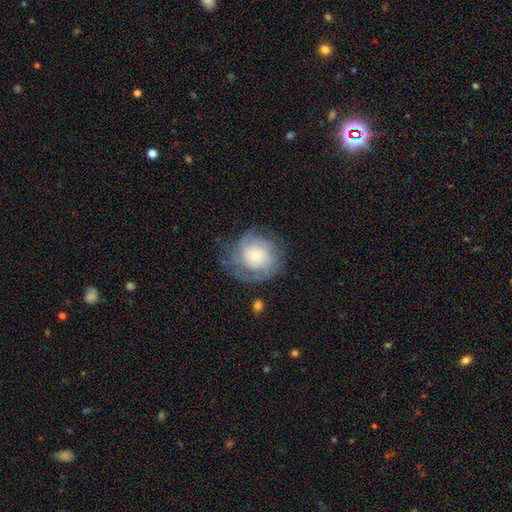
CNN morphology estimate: Smooth or featured: featured or disk — 62% (smooth — 31%)
Edge-on disk: no — 97% (yes — 3%)
Bar: no — 82% (weak — 16%)
Spiral arms: yes — 81% (no — 19%)
Bulge size: small — 50% (moderate — 33%)
Merging: none — 62% (minor disturbance — 21%)